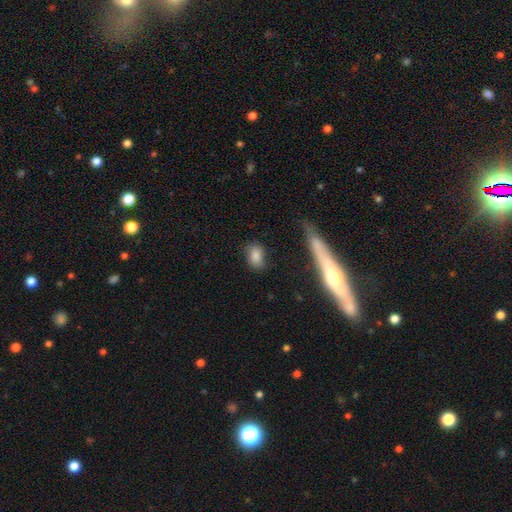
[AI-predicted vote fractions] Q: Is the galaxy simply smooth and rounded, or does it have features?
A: smooth — 83%.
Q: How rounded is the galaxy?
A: in between — 76%.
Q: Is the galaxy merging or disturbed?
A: none — 74%.